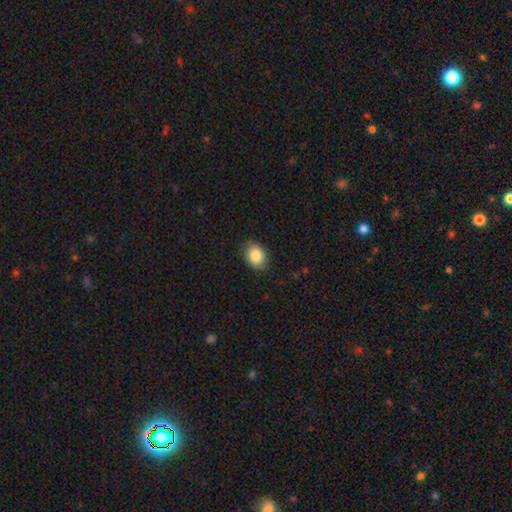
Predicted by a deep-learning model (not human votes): Overall: smooth (87%). How rounded: in between (70%). Merging: none (81%).